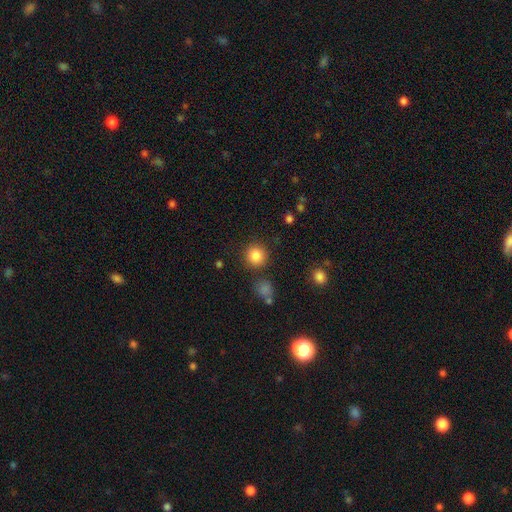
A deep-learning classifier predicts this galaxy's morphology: A smooth galaxy with no disk features (85%) that is round (92%). Merging: none (87%).